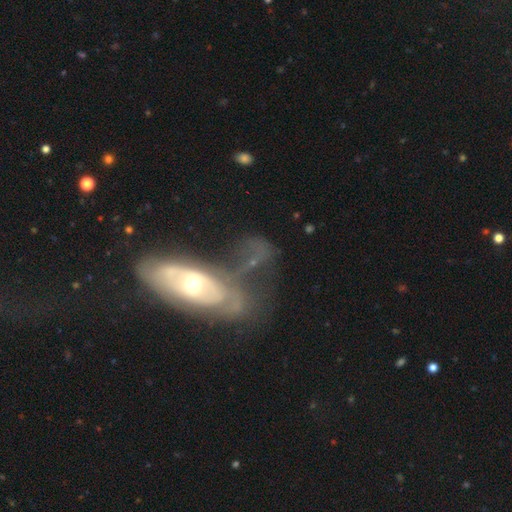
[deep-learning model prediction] This is likely a featured or disk galaxy (62%). It is clearly not viewed edge-on (83%). Bar: likely no (73%). Spiral arm pattern: likely no (61%). Central bulge: likely moderate (64%). Merging: marginally none (36%).